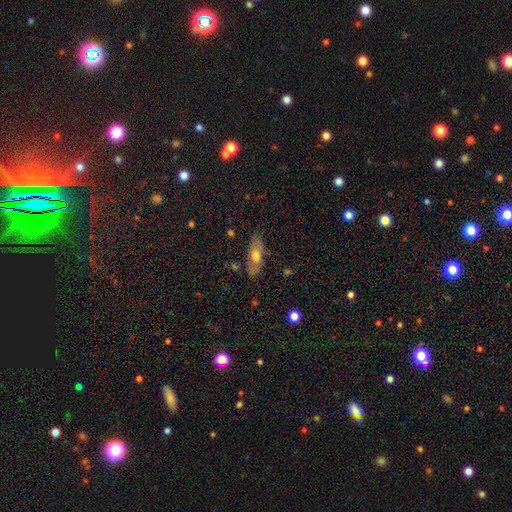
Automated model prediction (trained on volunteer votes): Smooth or featured: smooth — 46% (tied with featured or disk — 46%)
Merging: none — 80% (minor disturbance — 14%)